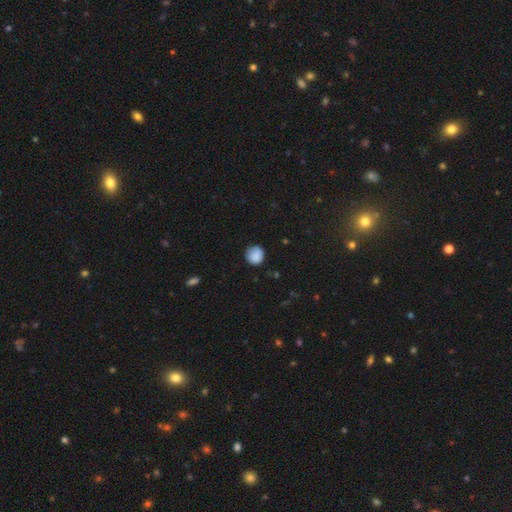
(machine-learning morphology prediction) This is clearly a smooth galaxy (87%). How rounded: clearly round (90%). Merging: likely none (79%).